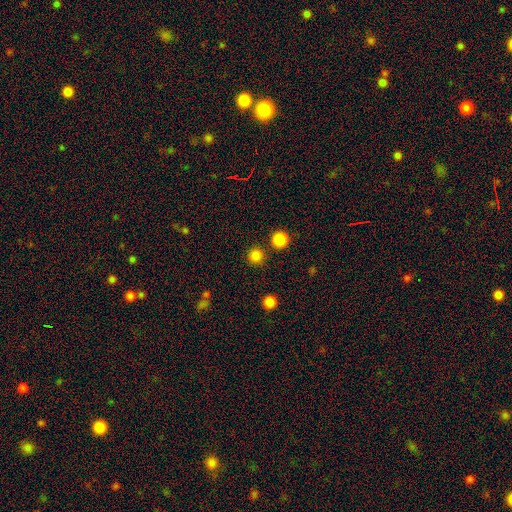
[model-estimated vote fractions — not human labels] The model was most divided on "smooth or featured": smooth: 82%, star or artifact: 14%, featured or disk: 4%. More confident: how rounded — round (95%); merging — none (87%).